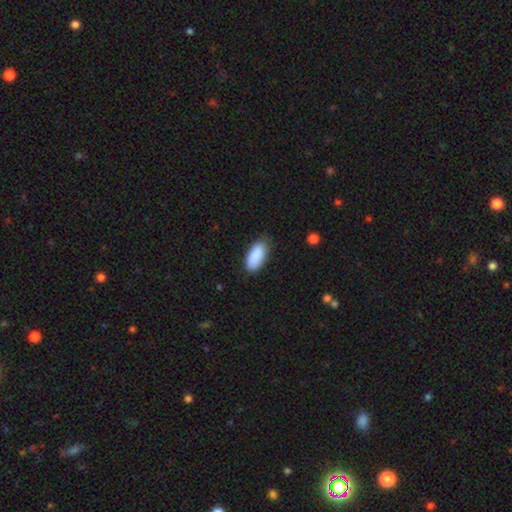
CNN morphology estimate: smooth 90%, star or artifact 6%, featured or disk 4%. Down the decision tree: how rounded — in between (90%); merging — none (78%).